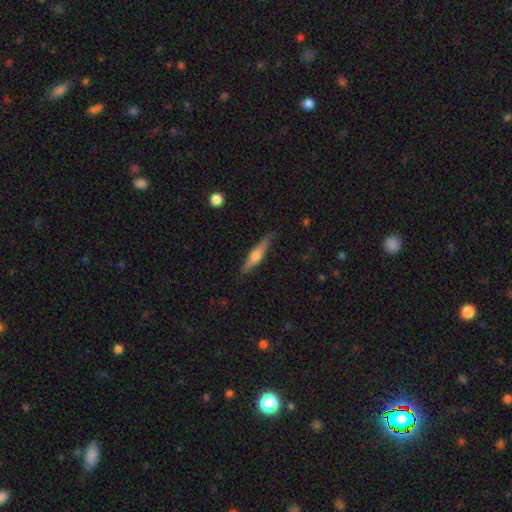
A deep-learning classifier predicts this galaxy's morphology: The model was most divided on "smooth or featured": featured or disk: 52%, smooth: 42%, star or artifact: 6%. More confident: edge-on disk — yes (94%); merging — none (82%).